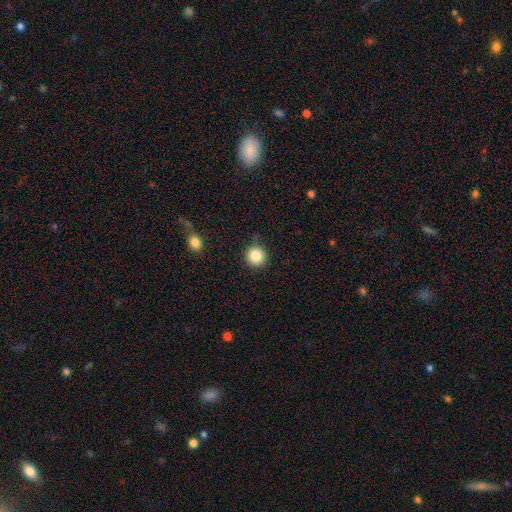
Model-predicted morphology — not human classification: Smooth or featured: smooth — 84% (star or artifact — 10%)
How rounded: round — 94% (in between — 5%)
Merging: none — 88% (minor disturbance — 8%)